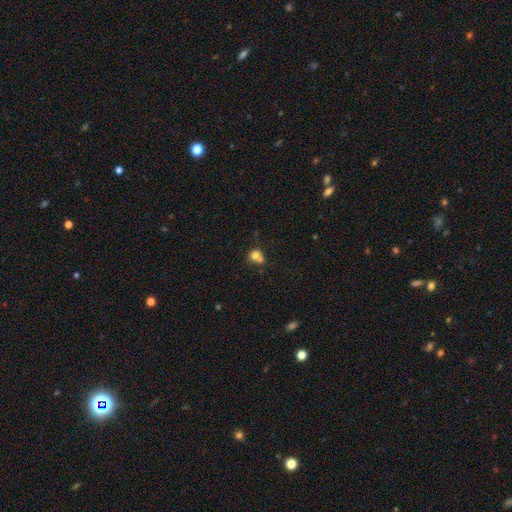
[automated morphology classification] Overall: smooth (76%). How rounded: round (80%). Merging: none (43%; merger 38%).